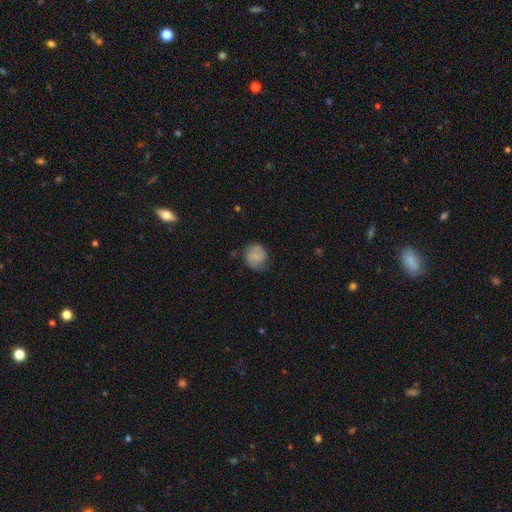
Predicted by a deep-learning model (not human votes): Morphology: type=featured or disk (49%); merging=none (68%).